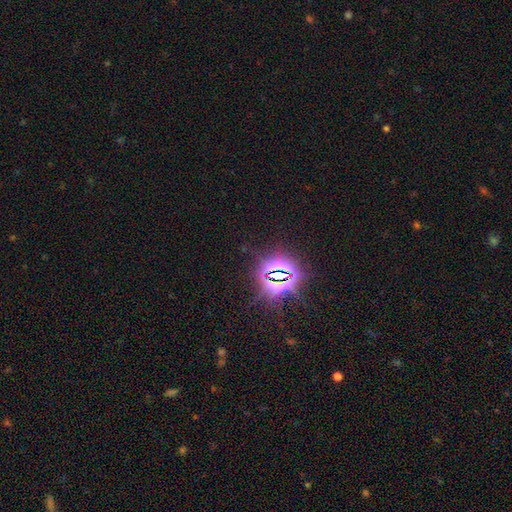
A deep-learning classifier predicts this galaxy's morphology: star or artifact 84%, smooth 9%, featured or disk 7%.